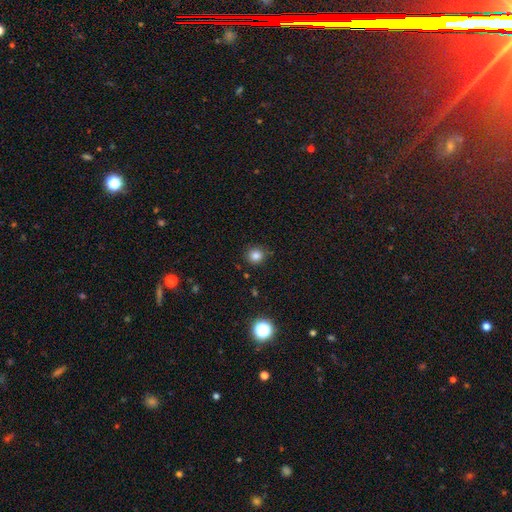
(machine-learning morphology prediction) smooth_or_featured: smooth (p=0.82) [alt: star or artifact p=0.13]
how_rounded: round (p=0.92) [alt: in between p=0.07]
merging: none (p=0.86) [alt: minor disturbance p=0.09]